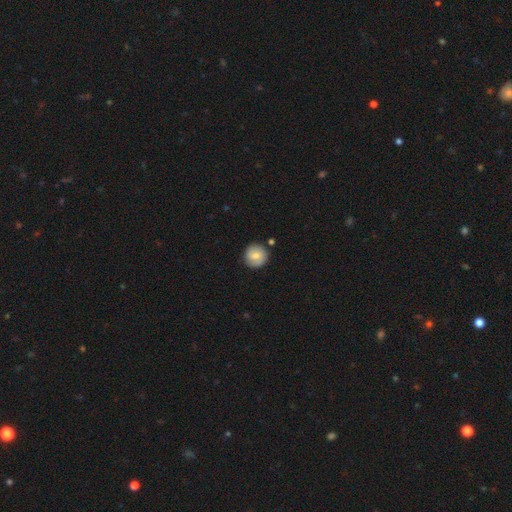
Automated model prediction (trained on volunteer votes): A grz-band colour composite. It shows a smooth galaxy with no disk features (68%) that is round (93%). Merging: none (83%).